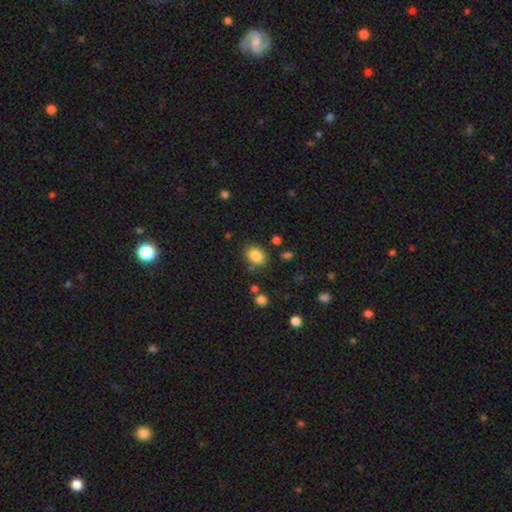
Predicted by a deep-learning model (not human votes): This appears to be a smooth galaxy with no disk features (85%) that is in between round and cigar-shaped (67%). Merging: none (79%).